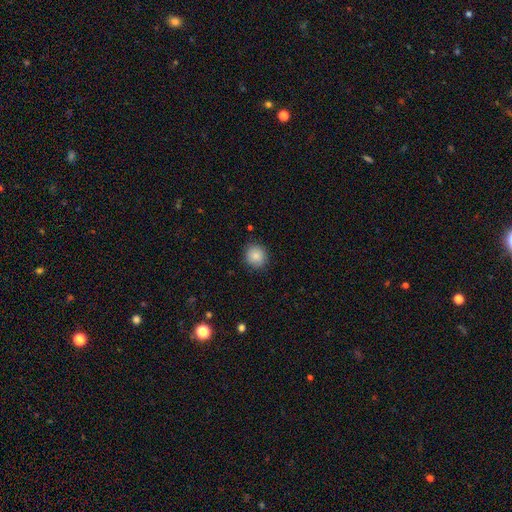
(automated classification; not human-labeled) smooth-or-featured: smooth: 85% | star or artifact: 9% | featured or disk: 6%
  how-rounded: round: 89% | in between: 11% | cigar-shaped: 1%
  merging: none: 86% | minor disturbance: 10% | major disturbance: 2% | merger: 1%